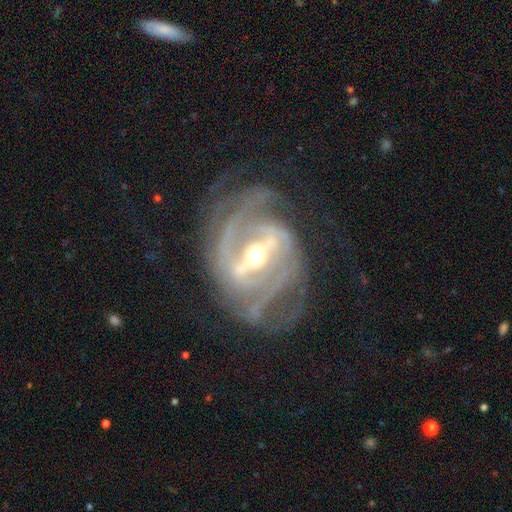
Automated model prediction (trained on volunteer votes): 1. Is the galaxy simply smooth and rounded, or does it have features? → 91% featured or disk, 5% star or artifact, 4% smooth.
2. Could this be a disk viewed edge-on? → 96% no, 4% yes.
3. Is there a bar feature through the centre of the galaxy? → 69% strong, 23% weak, 8% no.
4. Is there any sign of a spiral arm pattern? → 95% yes, 5% no.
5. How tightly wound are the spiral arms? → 46% tight, 41% medium, 13% loose.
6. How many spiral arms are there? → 44% 2, 20% can't tell, 17% 3, 8% 4, 5% 1, 5% more than 4.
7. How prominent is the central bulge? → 48% moderate, 47% small, 3% large, 1% none, 1% dominant.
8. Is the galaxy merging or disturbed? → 60% none, 19% minor disturbance, 18% major disturbance, 2% merger.